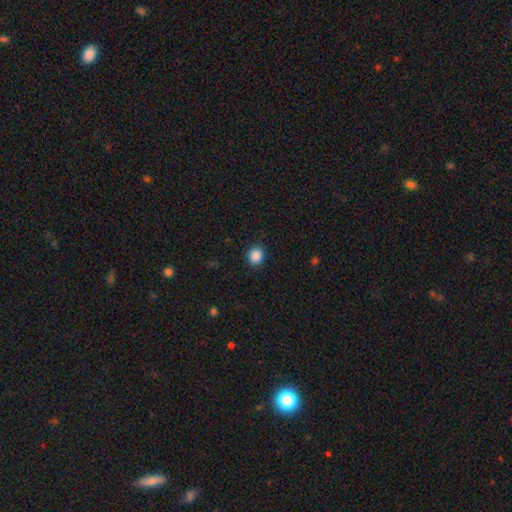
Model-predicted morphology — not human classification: A smooth galaxy with no disk features (88%) that is round (80%). Merging: none (91%).